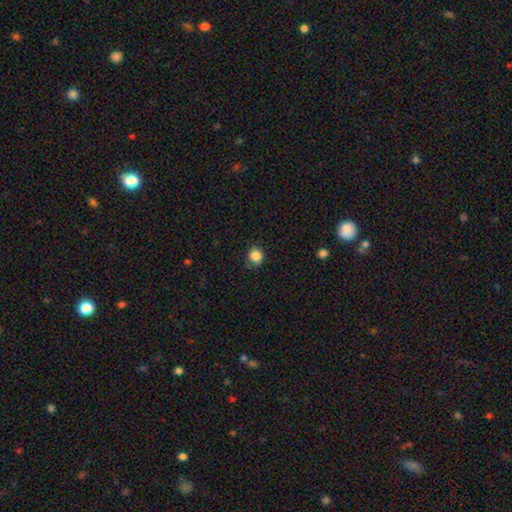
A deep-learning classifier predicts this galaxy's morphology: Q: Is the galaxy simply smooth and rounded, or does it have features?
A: smooth — 85%.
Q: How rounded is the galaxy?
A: round — 84%.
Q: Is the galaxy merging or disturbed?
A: none — 76%.